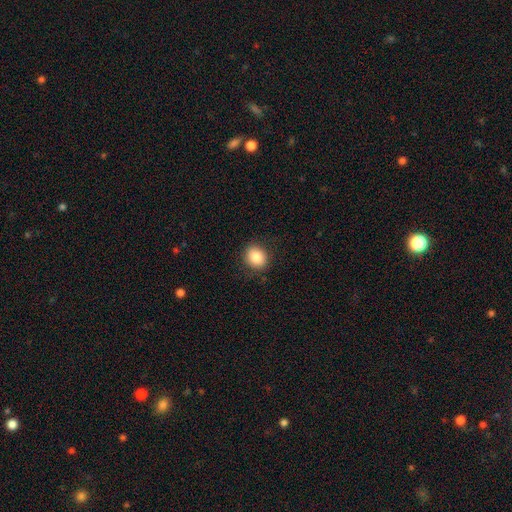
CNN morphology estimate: The model was most divided on "how rounded": round: 72%, in between: 27%, cigar-shaped: 1%. More confident: merging — none (87%); smooth or featured — smooth (85%).